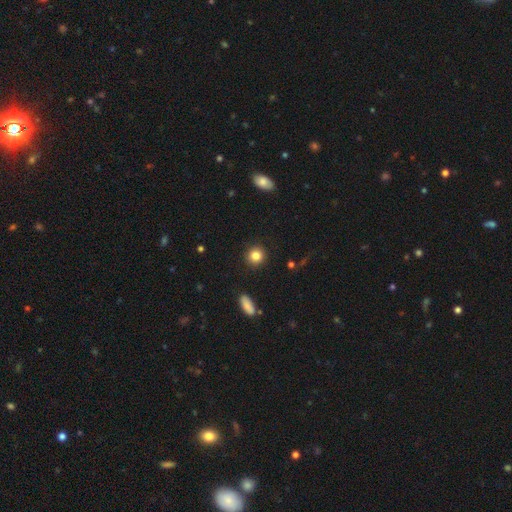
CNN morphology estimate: smooth 85%, star or artifact 10%, featured or disk 5%. Down the decision tree: how rounded — round (90%); merging — none (91%).